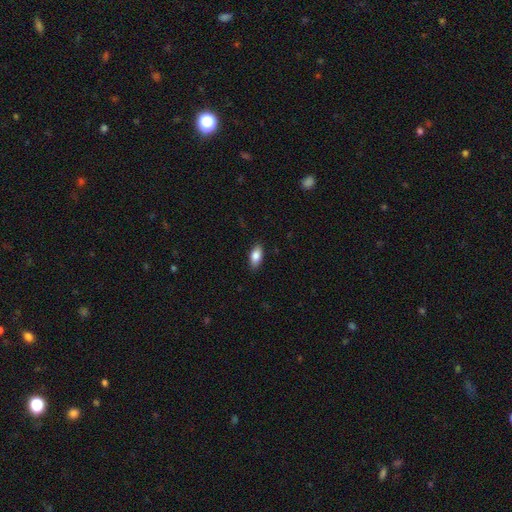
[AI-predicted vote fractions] smooth-or-featured: smooth: 85% | featured or disk: 8% | star or artifact: 7%
  how-rounded: in between: 89% | cigar-shaped: 8% | round: 3%
  merging: none: 87% | minor disturbance: 10% | major disturbance: 2% | merger: 1%